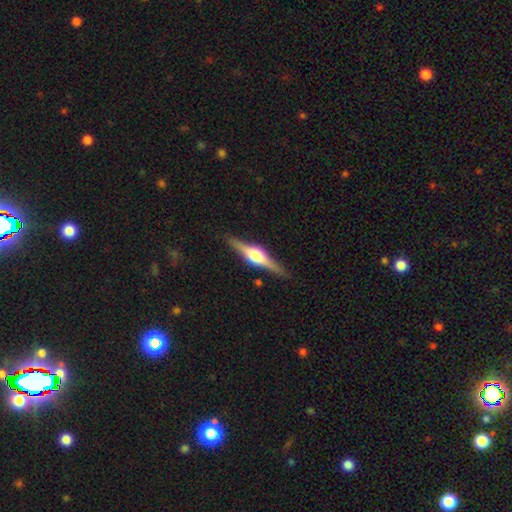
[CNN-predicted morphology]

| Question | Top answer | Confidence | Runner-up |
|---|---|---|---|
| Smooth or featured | featured or disk | 78% | smooth (17%) |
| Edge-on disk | yes | 98% | no (2%) |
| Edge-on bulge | rounded | 92% | boxy (7%) |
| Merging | none | 89% | minor disturbance (8%) |